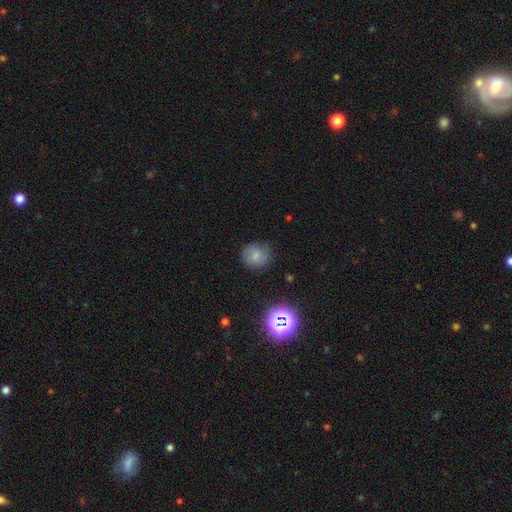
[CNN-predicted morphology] smooth-or-featured: smooth: 70% | featured or disk: 16% | star or artifact: 14%
  how-rounded: round: 84% | in between: 15% | cigar-shaped: 1%
  merging: none: 76% | minor disturbance: 18% | major disturbance: 5% | merger: 2%